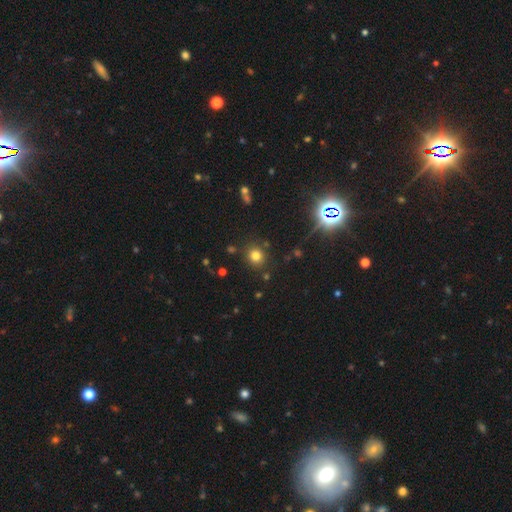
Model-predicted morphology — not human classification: smooth 75%, star or artifact 18%, featured or disk 7%. Down the decision tree: how rounded — round (87%); merging — none (85%).